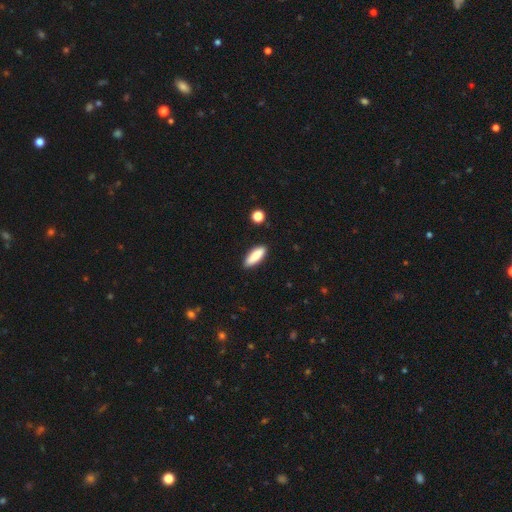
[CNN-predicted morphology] Smooth or featured? smooth (85%)
How rounded? in between (57%)
Merging? none (88%)